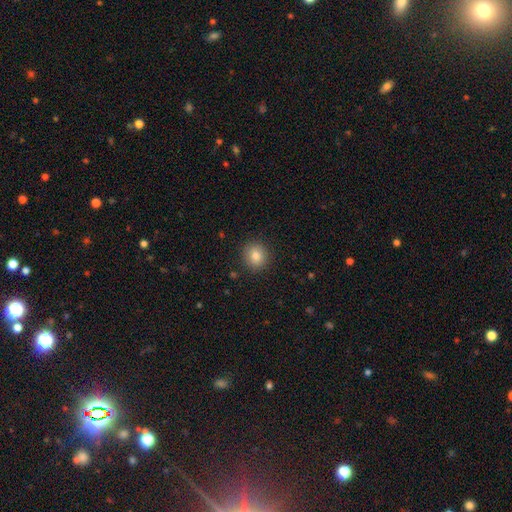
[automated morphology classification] Smooth or featured? smooth (84%)
How rounded? round (85%)
Merging? none (89%)